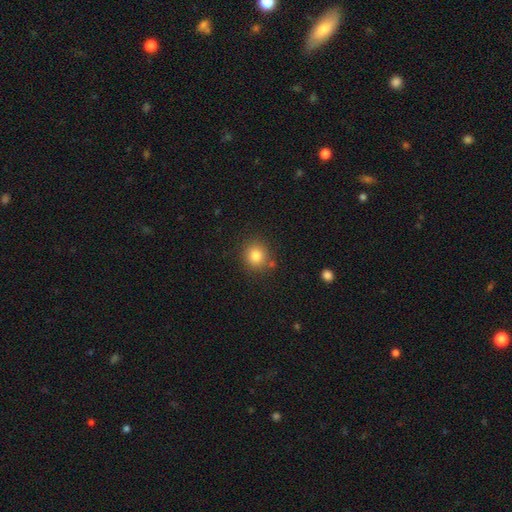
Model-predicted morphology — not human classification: Smooth or featured? smooth (82%)
How rounded? round (85%)
Merging? none (82%)